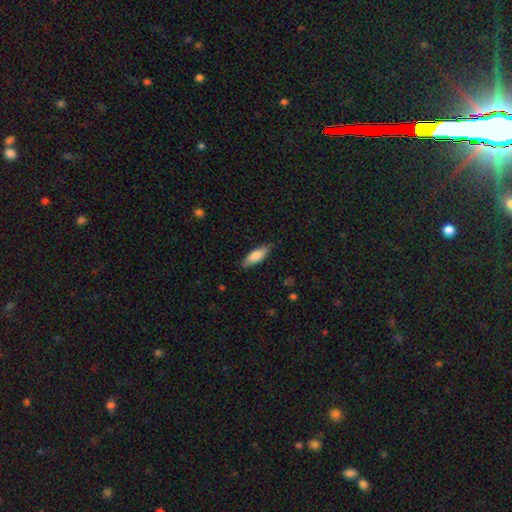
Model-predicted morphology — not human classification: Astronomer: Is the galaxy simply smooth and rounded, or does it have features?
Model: smooth — 80%.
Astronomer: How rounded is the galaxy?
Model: in between — 60% (runner-up: cigar-shaped, 39%).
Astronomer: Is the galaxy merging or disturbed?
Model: none — 82%.